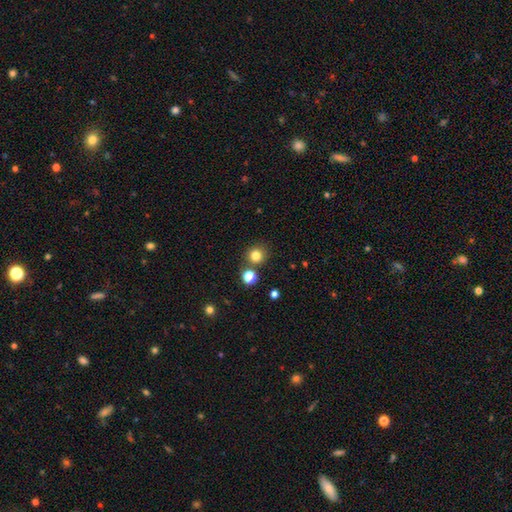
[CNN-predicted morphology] This is clearly a smooth galaxy (82%). How rounded: clearly round (92%). Merging: likely none (79%).